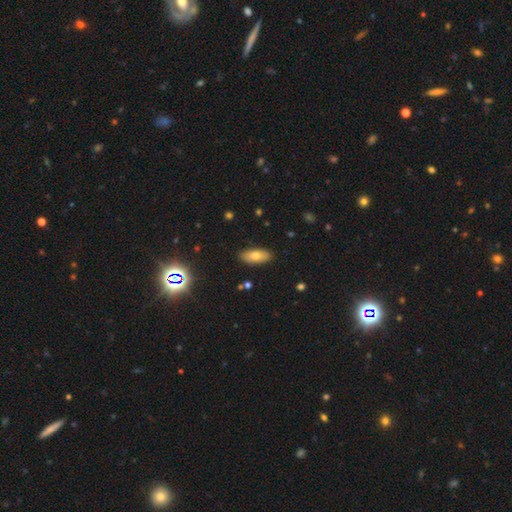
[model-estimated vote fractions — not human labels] The model was most divided on "smooth or featured": smooth: 72%, featured or disk: 18%, star or artifact: 10%. More confident: merging — none (87%); how rounded — in between (82%).